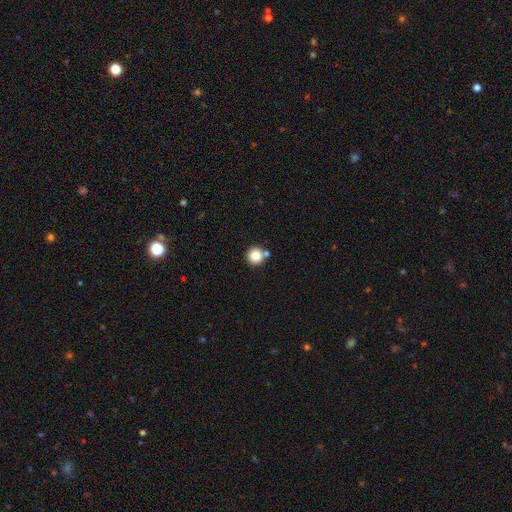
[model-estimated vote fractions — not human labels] Morphology: type=smooth (85%); roundness=round (95%); merging=none (76%).